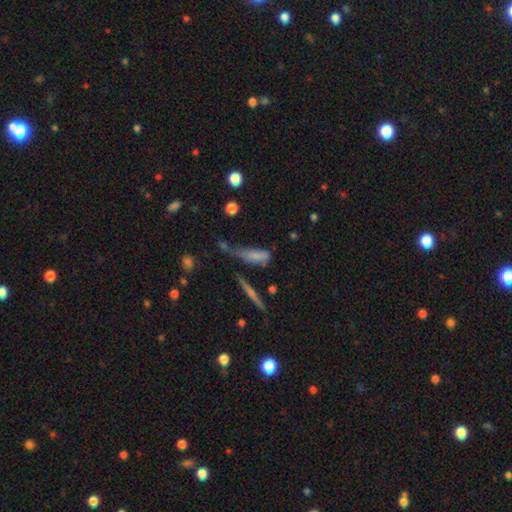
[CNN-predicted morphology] A smooth galaxy with no disk features (70%) that is in between round and cigar-shaped (53%). Merging: none (29%).